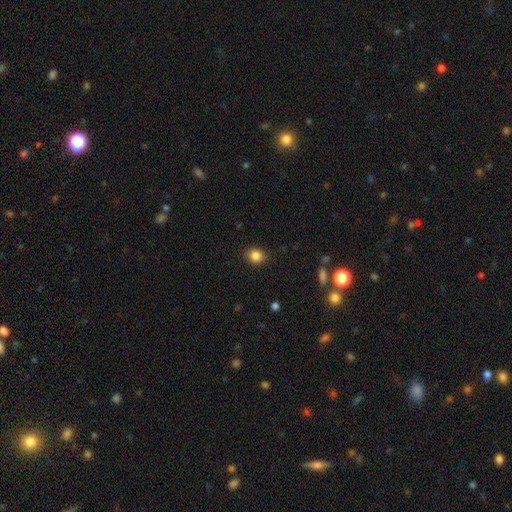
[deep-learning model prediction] Smooth or featured?
  - smooth: 85% *
  - star or artifact: 11%
  - featured or disk: 4%
How rounded?
  - round: 72% *
  - in between: 27%
  - cigar-shaped: 1%
Merging?
  - none: 87% *
  - minor disturbance: 9%
  - major disturbance: 3%
  - merger: 1%